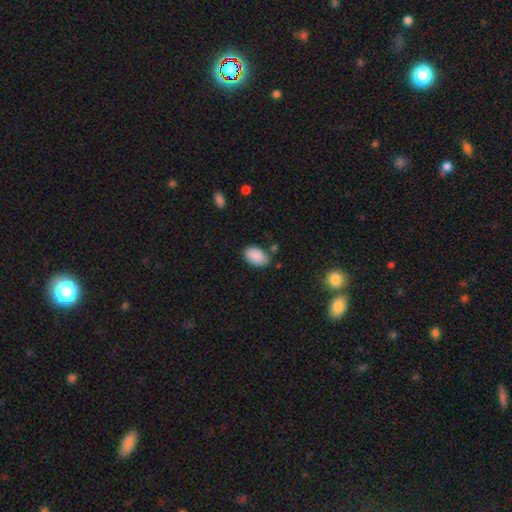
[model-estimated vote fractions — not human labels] smooth-or-featured: smooth: 89% | star or artifact: 7% | featured or disk: 4%
  how-rounded: in between: 93% | round: 6% | cigar-shaped: 1%
  merging: none: 75% | minor disturbance: 17% | merger: 4% | major disturbance: 4%